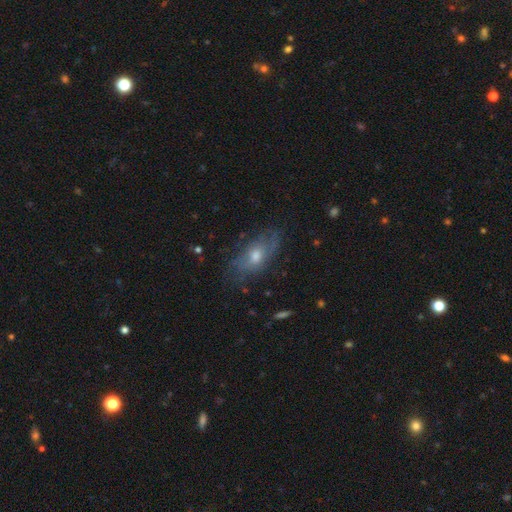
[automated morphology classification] Smooth or featured? Predicted: featured or disk (p=0.51). Edge-on disk? Predicted: no (p=0.82). Merging? Predicted: none (p=0.65).